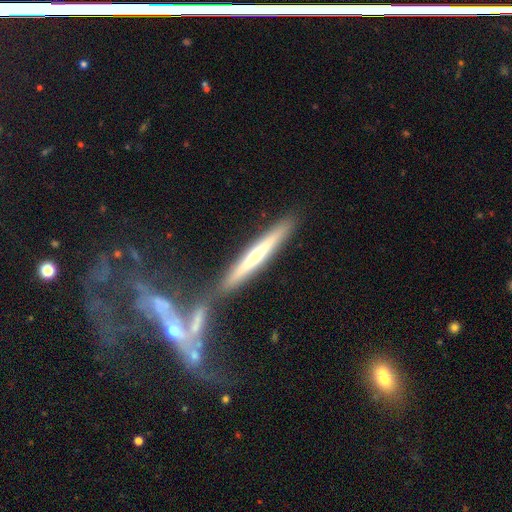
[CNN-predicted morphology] A featured or disk galaxy (50%) viewed edge-on (93%). Merging: none (74%).